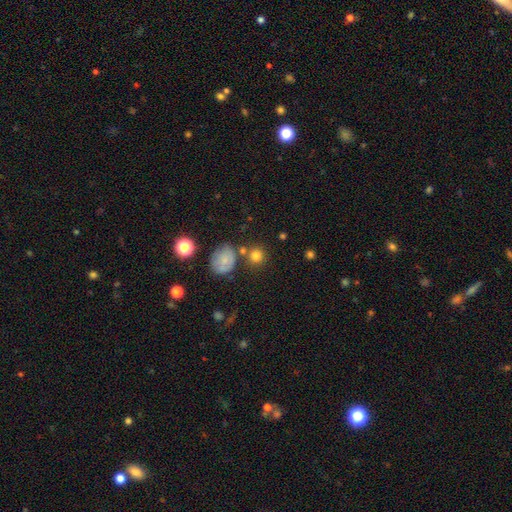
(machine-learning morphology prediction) smooth 80%, star or artifact 13%, featured or disk 7%. Down the decision tree: how rounded — round (87%); merging — none (71%).